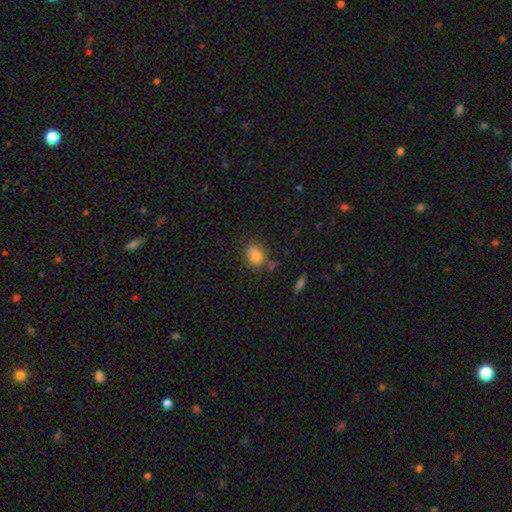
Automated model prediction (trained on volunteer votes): Smooth or featured? Predicted: smooth (p=0.82). How rounded? Predicted: in between (p=0.50). Merging? Predicted: none (p=0.70).